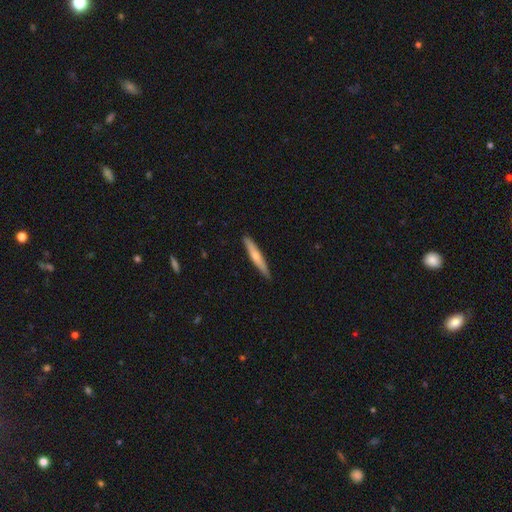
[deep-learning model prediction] Smooth or featured? Predicted: smooth (p=0.60). How rounded? Predicted: cigar-shaped (p=0.94). Merging? Predicted: none (p=0.89).